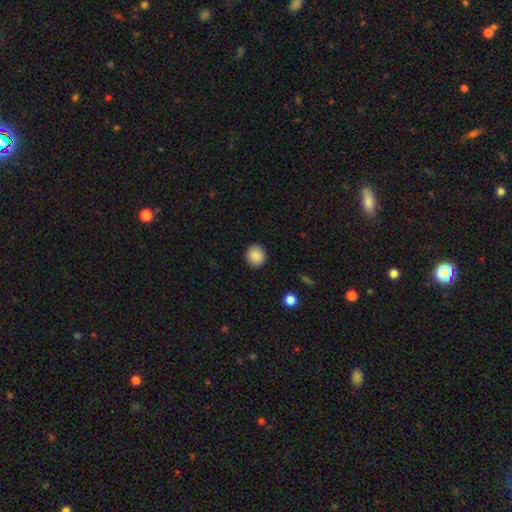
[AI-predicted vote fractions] Overall: smooth (89%). How rounded: round (87%). Merging: none (91%).